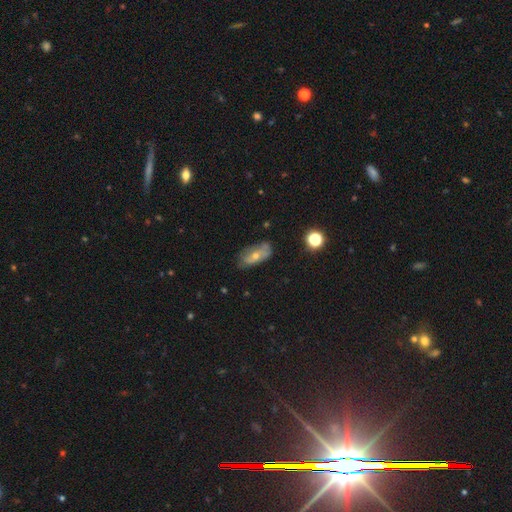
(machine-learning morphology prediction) This is possibly a featured or disk galaxy (50%). It is clearly not viewed edge-on (82%). Merging: likely none (67%).